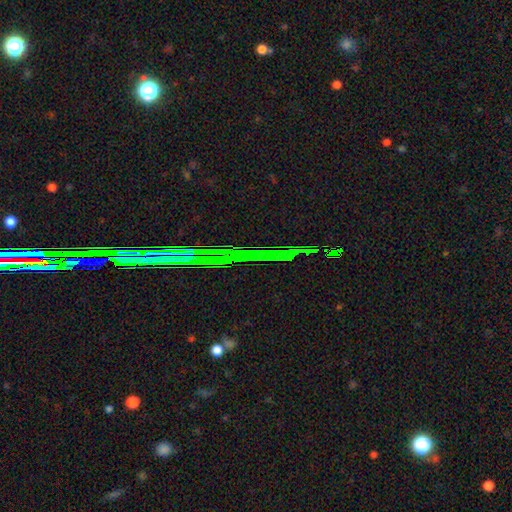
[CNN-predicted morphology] A star or artifact, not a galaxy (81%).